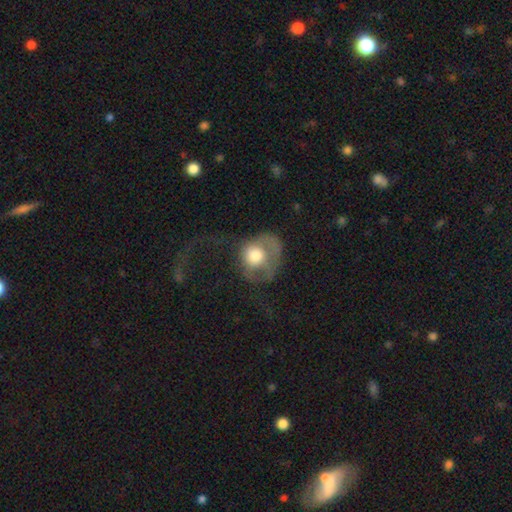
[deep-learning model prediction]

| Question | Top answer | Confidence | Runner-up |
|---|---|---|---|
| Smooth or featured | smooth | 58% | featured or disk (33%) |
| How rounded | round | 65% | in between (34%) |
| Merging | major disturbance | 56% | none (23%) |